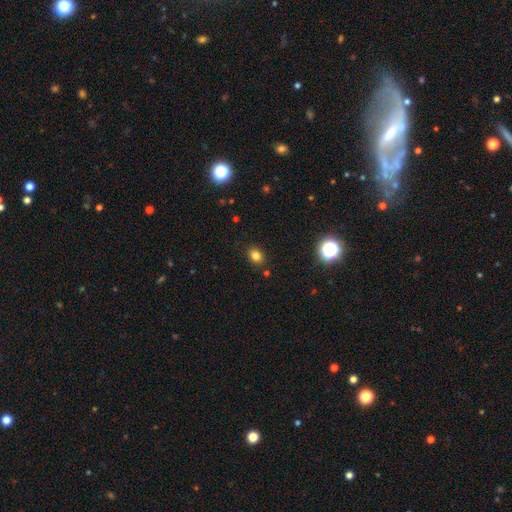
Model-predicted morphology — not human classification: Overall: smooth (81%). How rounded: in between (51%; round 48%). Merging: none (87%).